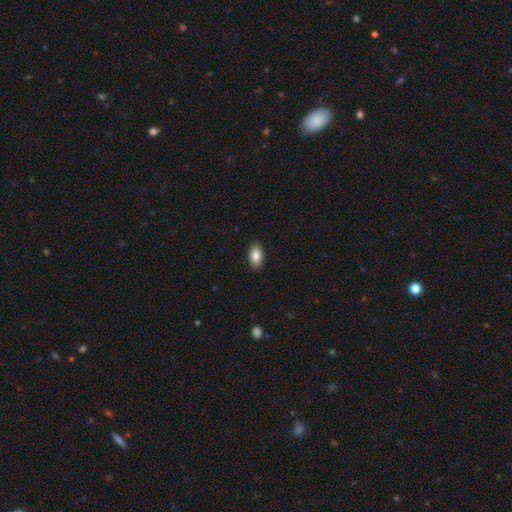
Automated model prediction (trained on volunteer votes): This appears to be a smooth galaxy with no disk features (85%) that is in between round and cigar-shaped (93%). Merging: none (90%).